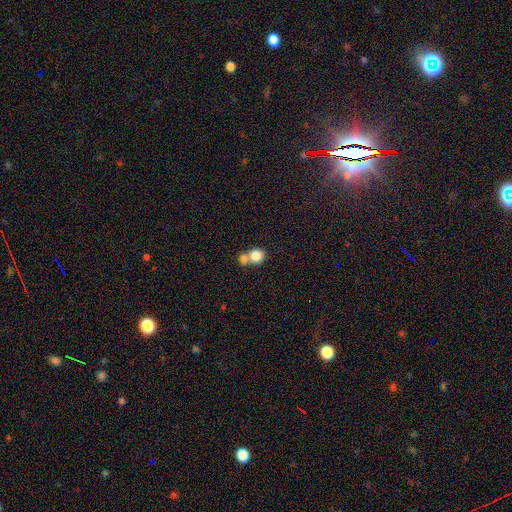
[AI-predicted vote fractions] A smooth galaxy with no disk features (82%) that is round (83%). Merging: merger (55%).